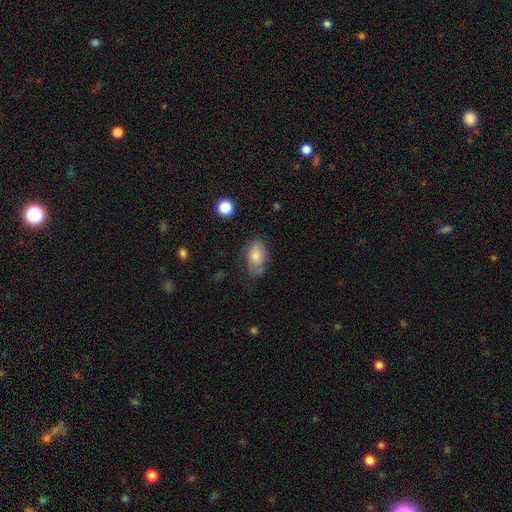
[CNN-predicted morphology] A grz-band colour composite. It shows a smooth galaxy with no disk features (65%) that is in between round and cigar-shaped (90%). Merging: none (62%).